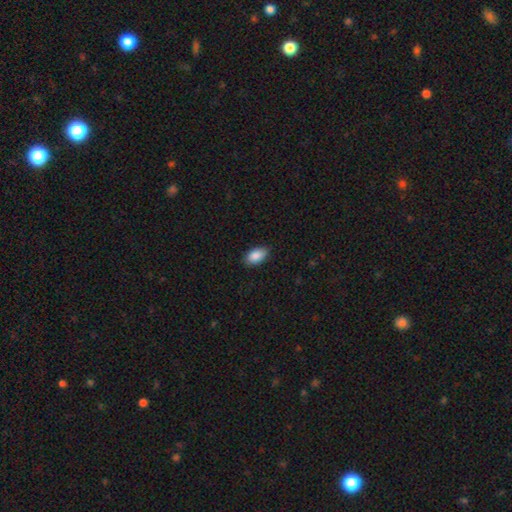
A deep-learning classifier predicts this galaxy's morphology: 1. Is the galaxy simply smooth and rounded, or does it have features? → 89% smooth, 7% star or artifact, 4% featured or disk.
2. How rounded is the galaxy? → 94% in between, 4% round, 2% cigar-shaped.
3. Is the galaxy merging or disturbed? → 85% none, 12% minor disturbance, 2% major disturbance, 1% merger.